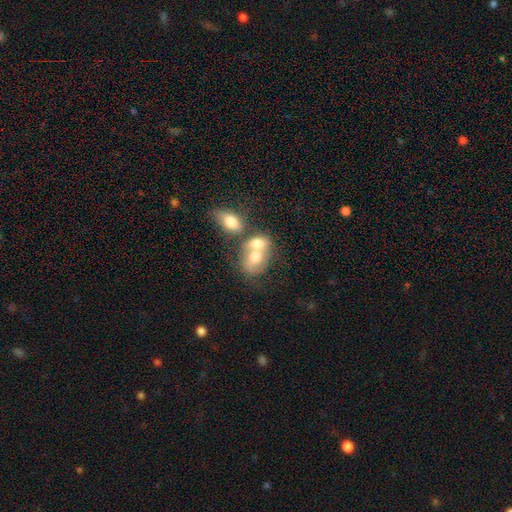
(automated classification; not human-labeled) Smooth or featured? Predicted: smooth (p=0.62). How rounded? Predicted: in between (p=0.65). Merging? Predicted: merger (p=0.69).